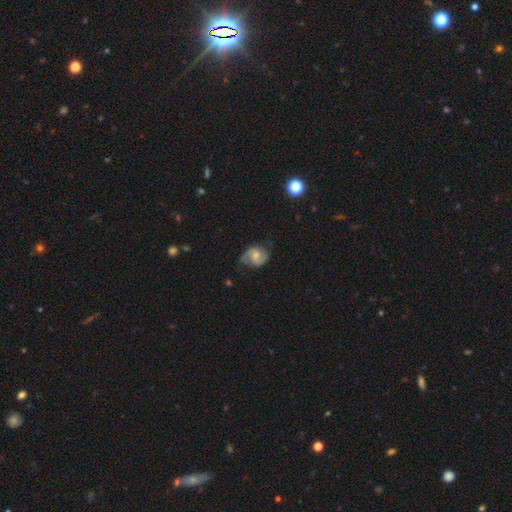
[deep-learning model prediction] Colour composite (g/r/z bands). It shows a featured or disk galaxy (69%) with no bar (45%, tied with weak), 2 (86%) medium (46%) spiral arms (92%) and a moderate central bulge (55%). Merging: none (69%).